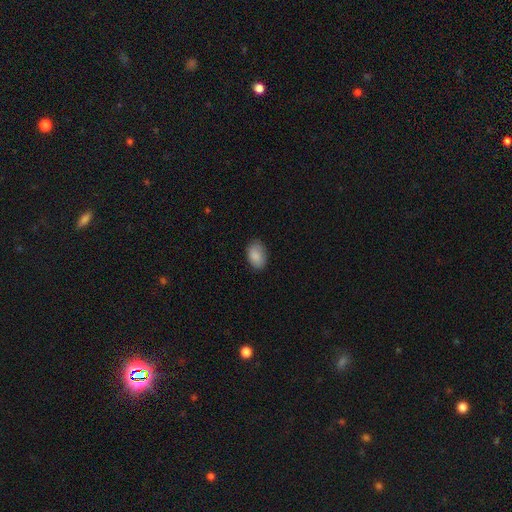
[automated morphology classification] type=smooth (89%); roundness=in between (90%); merging=none (82%).